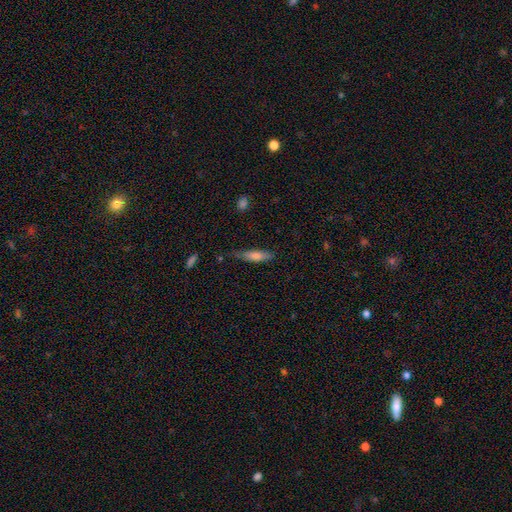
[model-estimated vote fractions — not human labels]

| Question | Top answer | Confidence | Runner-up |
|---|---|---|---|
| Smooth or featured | smooth | 68% | featured or disk (25%) |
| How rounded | cigar-shaped | 72% | in between (26%) |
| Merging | none | 67% | minor disturbance (25%) |